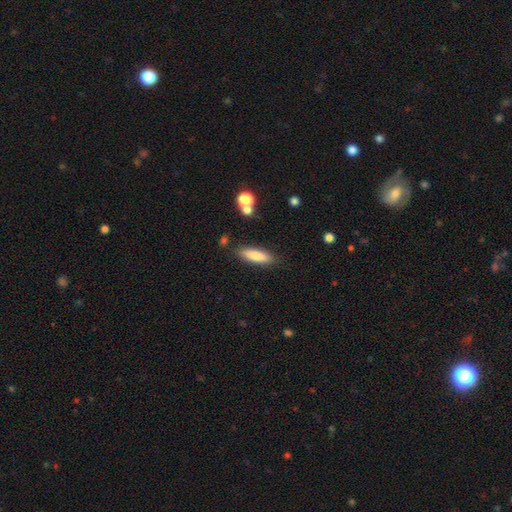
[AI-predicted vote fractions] The model was most divided on "how rounded": cigar-shaped: 61%, in between: 37%, round: 2%. More confident: merging — none (84%); smooth or featured — smooth (78%).